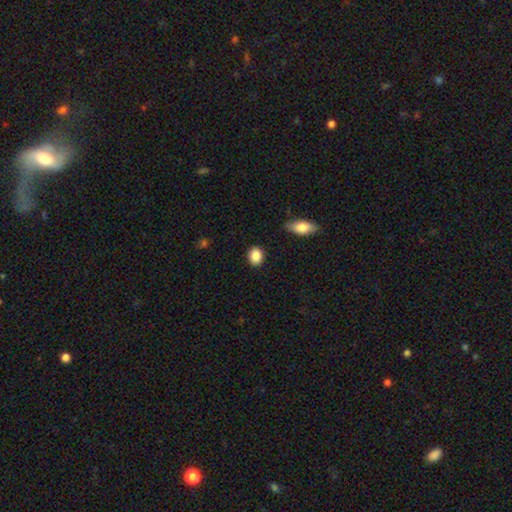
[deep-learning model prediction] Smooth or featured? smooth (87%)
How rounded? round (57%)
Merging? none (88%)